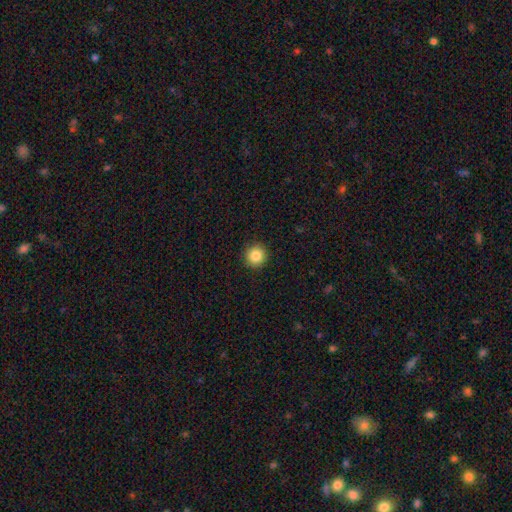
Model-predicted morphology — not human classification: This appears to be a smooth galaxy with no disk features (85%) that is round (94%). Merging: none (92%).